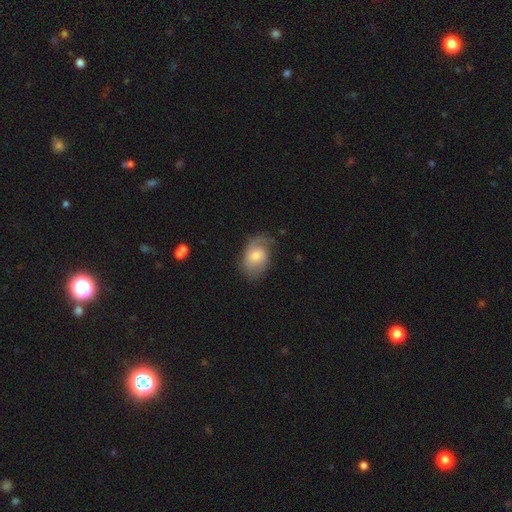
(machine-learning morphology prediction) This appears to be a featured or disk galaxy (58%) with no bar (67%), spiral arms (87%) and a moderate central bulge (47%). Merging: none (59%).